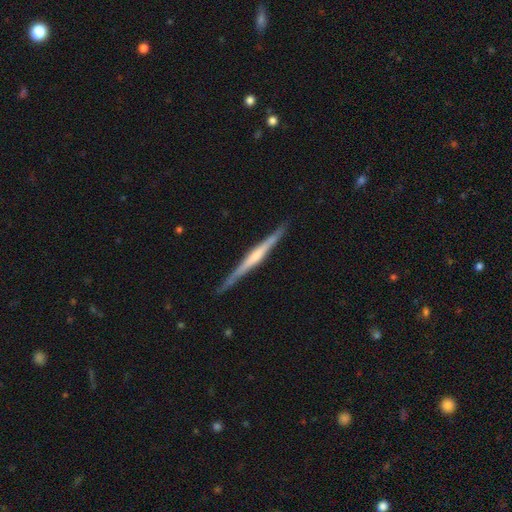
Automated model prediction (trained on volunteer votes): featured or disk 79%, smooth 15%, star or artifact 5%. Down the decision tree: edge-on disk — yes (98%); edge-on bulge — rounded (62%); merging — none (90%).